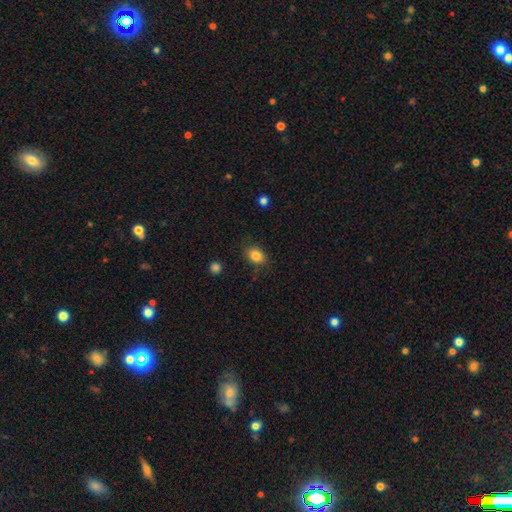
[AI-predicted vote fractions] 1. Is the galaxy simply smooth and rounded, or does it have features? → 85% smooth, 9% star or artifact, 6% featured or disk.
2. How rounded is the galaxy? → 70% in between, 29% round, 1% cigar-shaped.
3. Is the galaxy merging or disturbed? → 81% none, 13% minor disturbance, 4% major disturbance, 2% merger.